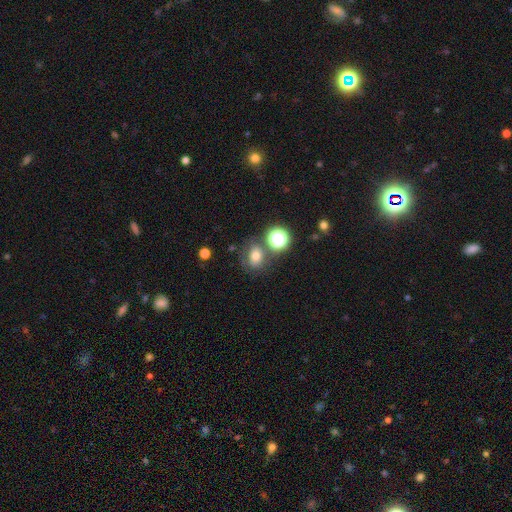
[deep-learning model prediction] smooth-or-featured: smooth: 64% | star or artifact: 20% | featured or disk: 17%
  how-rounded: round: 56% | in between: 43% | cigar-shaped: 1%
  merging: none: 63% | minor disturbance: 15% | merger: 14% | major disturbance: 7%